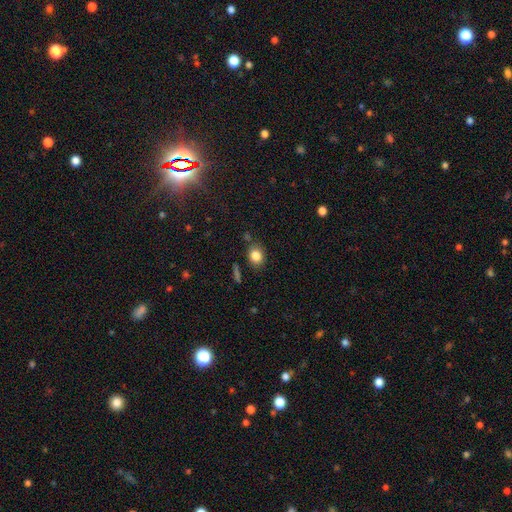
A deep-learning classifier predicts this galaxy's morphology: The model was most divided on "how rounded": round: 51%, in between: 48%, cigar-shaped: 1%. More confident: smooth or featured — smooth (83%); merging — none (77%).